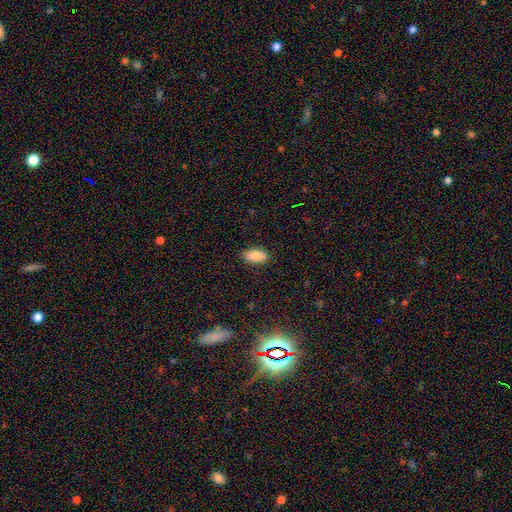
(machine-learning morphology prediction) smooth-or-featured: smooth: 87% | star or artifact: 8% | featured or disk: 5%
  how-rounded: in between: 91% | cigar-shaped: 6% | round: 3%
  merging: none: 88% | minor disturbance: 8% | major disturbance: 2% | merger: 1%